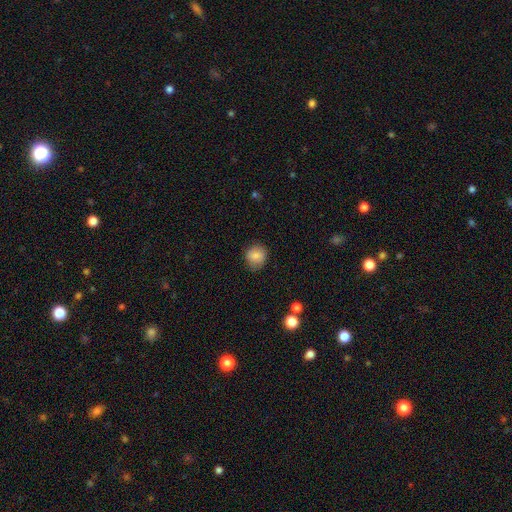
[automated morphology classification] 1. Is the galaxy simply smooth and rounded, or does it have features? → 82% smooth, 9% featured or disk, 9% star or artifact.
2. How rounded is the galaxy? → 78% round, 21% in between, 1% cigar-shaped.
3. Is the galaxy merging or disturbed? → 79% none, 16% minor disturbance, 4% major disturbance, 1% merger.